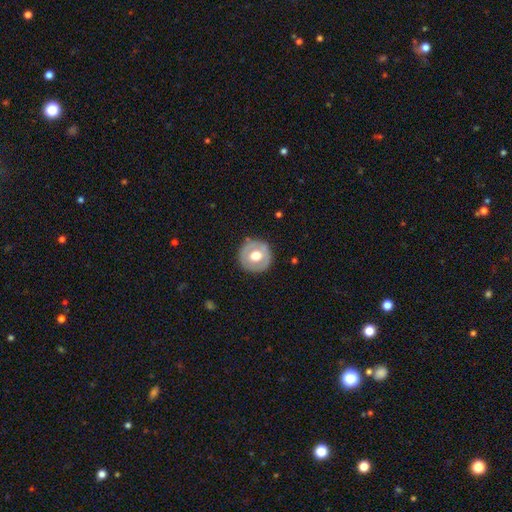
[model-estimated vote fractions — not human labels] This is possibly a smooth galaxy (52%). How rounded: clearly round (93%). Merging: clearly none (86%).